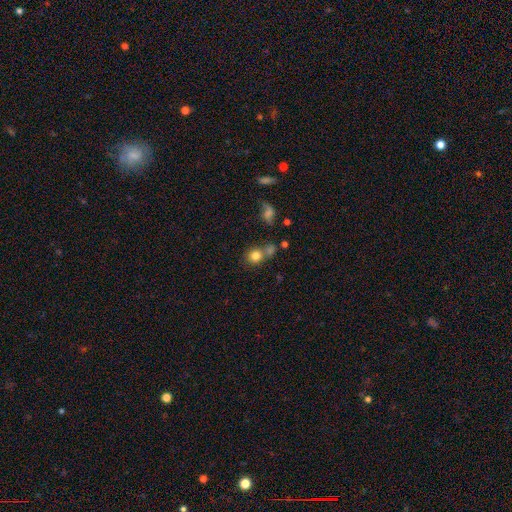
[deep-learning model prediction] smooth_or_featured: smooth (p=0.79) [alt: star or artifact p=0.11]
how_rounded: round (p=0.80) [alt: in between p=0.19]
merging: none (p=0.55) [alt: merger p=0.28]